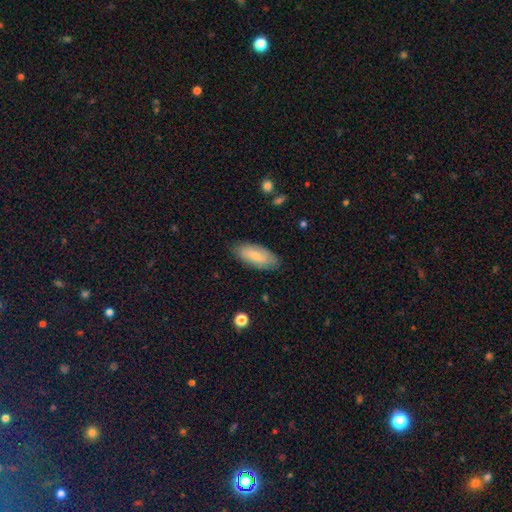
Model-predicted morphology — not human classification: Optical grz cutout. It shows a smooth galaxy with no disk features (71%) that is in between round and cigar-shaped (84%). Merging: none (82%).